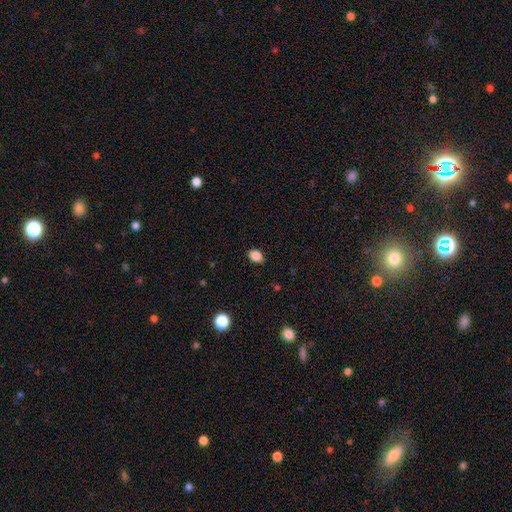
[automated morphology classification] A smooth galaxy with no disk features (87%) that is in between round and cigar-shaped (74%).

Vote fractions:
- Smooth or featured? smooth: 87% / star or artifact: 9% / featured or disk: 4%
- How rounded? in between: 74% / round: 25% / cigar-shaped: 1%
- Merging? none: 87% / minor disturbance: 10% / major disturbance: 2% / merger: 1%